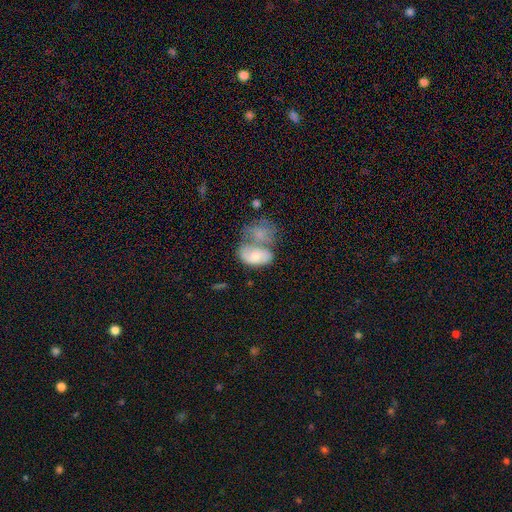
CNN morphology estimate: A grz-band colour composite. It shows a smooth galaxy with no disk features (58%) that is in between round and cigar-shaped (87%). Merging: merger (60%).